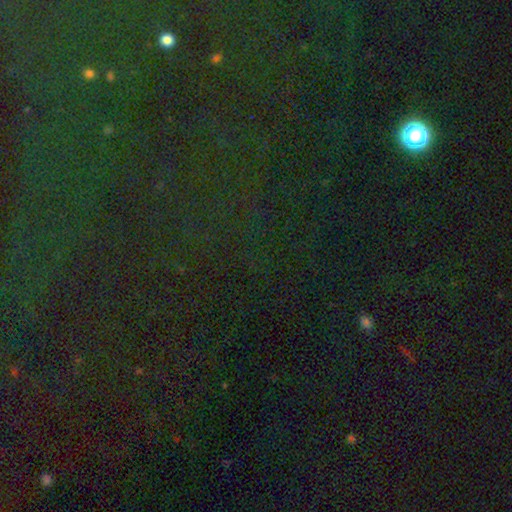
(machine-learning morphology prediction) A star or artifact, not a galaxy (81%).

Vote fractions:
- Smooth or featured? star or artifact: 81% / smooth: 12% / featured or disk: 7%